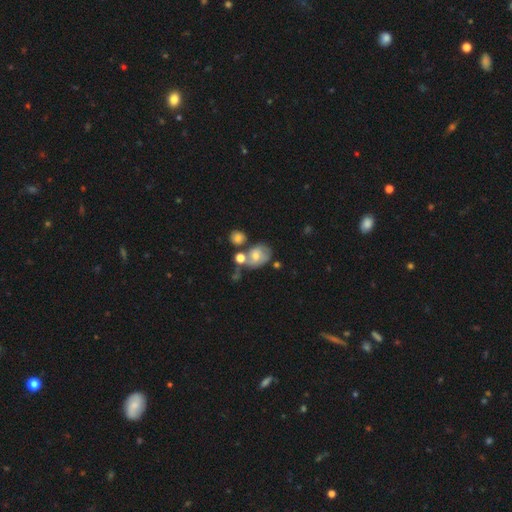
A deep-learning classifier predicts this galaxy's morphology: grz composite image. It shows a smooth galaxy with no disk features (48%). Merging: none (37%).